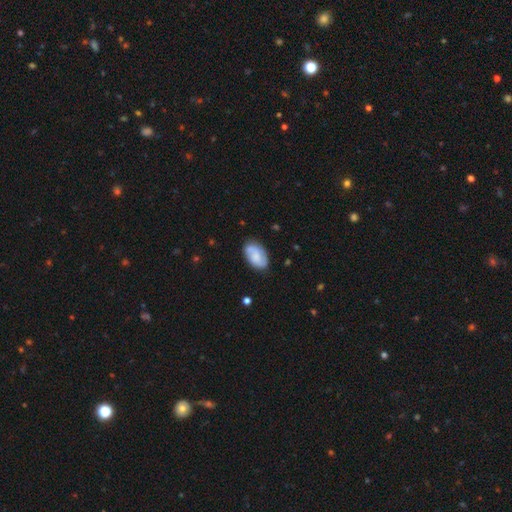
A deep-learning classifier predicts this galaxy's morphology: Overall: featured or disk (46%, tied with smooth). Merging: none (76%).